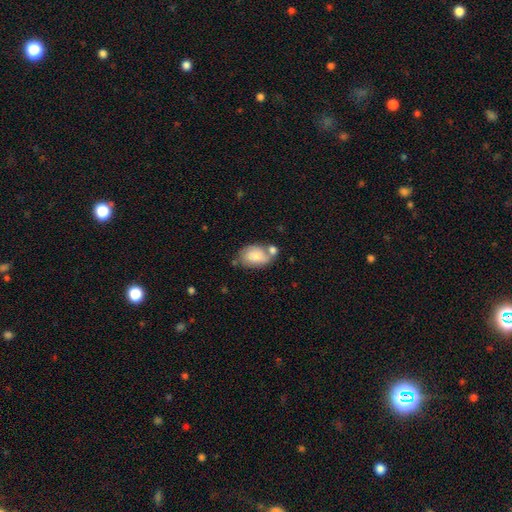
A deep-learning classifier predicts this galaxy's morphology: smooth-or-featured: smooth: 77% | featured or disk: 16% | star or artifact: 7%
  how-rounded: in between: 86% | round: 12% | cigar-shaped: 1%
  merging: none: 41% | merger: 29% | minor disturbance: 22% | major disturbance: 8%